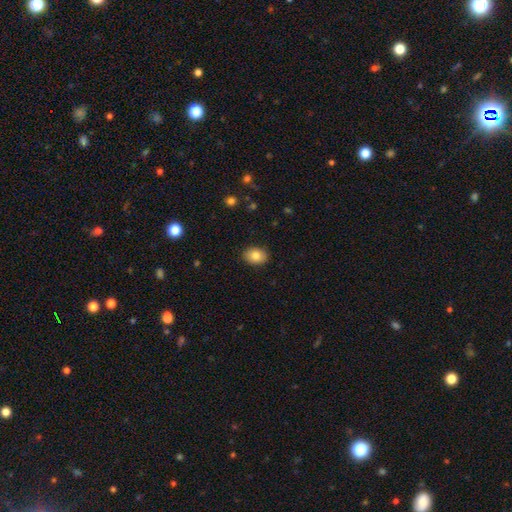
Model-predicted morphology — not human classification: type=smooth (82%); roundness=in between (69%); merging=none (89%).